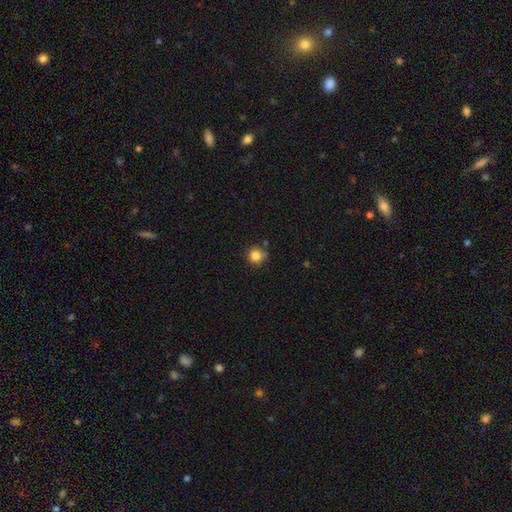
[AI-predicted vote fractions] A smooth galaxy with no disk features (84%) that is round (93%).

Vote fractions:
- Smooth or featured? smooth: 84% / star or artifact: 11% / featured or disk: 5%
- How rounded? round: 93% / in between: 6% / cigar-shaped: 1%
- Merging? none: 74% / minor disturbance: 15% / merger: 7% / major disturbance: 3%